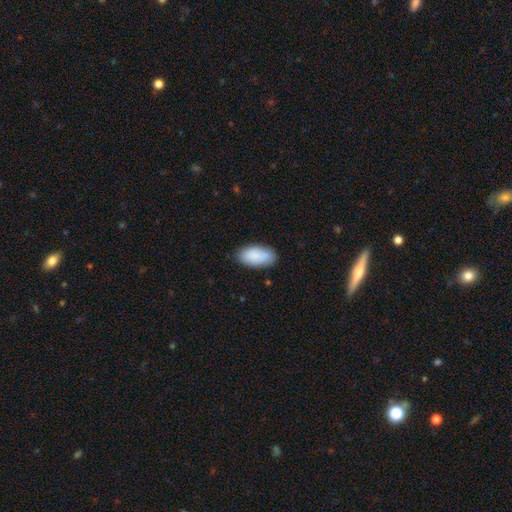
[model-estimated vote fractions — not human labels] smooth_or_featured: smooth (p=0.88) [alt: featured or disk p=0.06]
how_rounded: in between (p=0.94) [alt: cigar-shaped p=0.03]
merging: none (p=0.80) [alt: minor disturbance p=0.15]